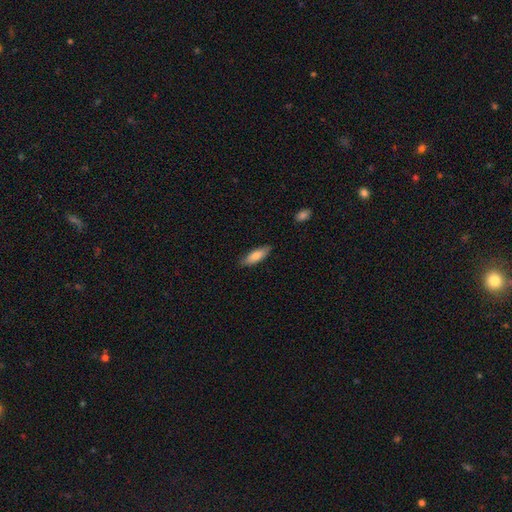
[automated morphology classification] Q: Smooth or featured?
A: smooth (76%); runner-up: featured or disk (18%)
Q: How rounded?
A: in between (60%); runner-up: cigar-shaped (38%)
Q: Merging?
A: none (85%); runner-up: minor disturbance (12%)